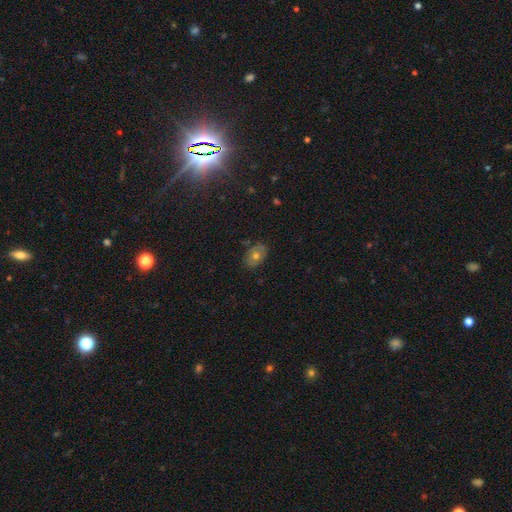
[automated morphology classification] Smooth or featured: smooth — 51% (featured or disk — 33%)
How rounded: in between — 75% (round — 23%)
Merging: none — 80% (minor disturbance — 15%)